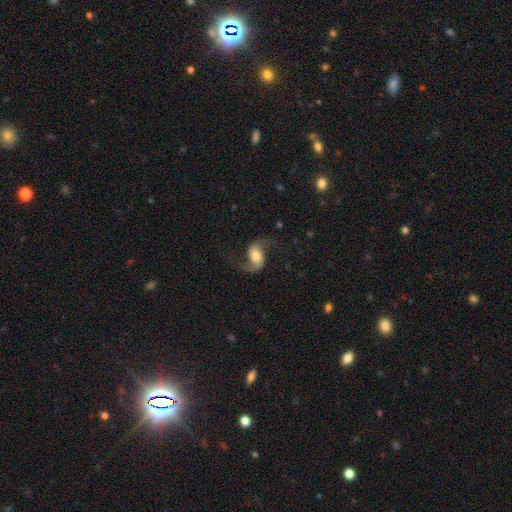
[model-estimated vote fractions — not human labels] Smooth or featured? featured or disk (83%)
Edge-on disk? no (97%)
Bar? no (42%)
Spiral arms? yes (97%)
Spiral winding? loose (78%)
Spiral arm count? 2 (94%)
Bulge size? moderate (45%)
Merging? none (74%)